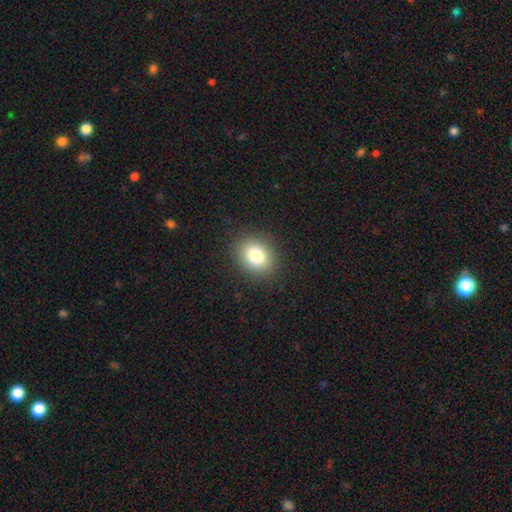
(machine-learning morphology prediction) smooth 81%, star or artifact 11%, featured or disk 8%. Down the decision tree: how rounded — round (54%); merging — none (89%).